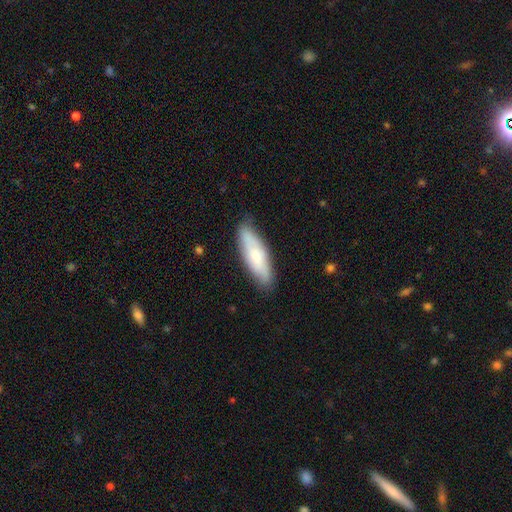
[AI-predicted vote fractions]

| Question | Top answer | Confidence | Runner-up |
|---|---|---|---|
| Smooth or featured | smooth | 59% | featured or disk (35%) |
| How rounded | cigar-shaped | 50% | in between (49%) |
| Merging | none | 80% | minor disturbance (16%) |